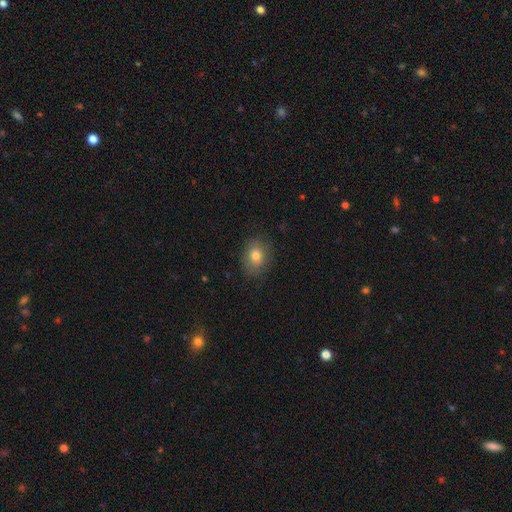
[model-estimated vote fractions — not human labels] smooth-or-featured: smooth: 78% | featured or disk: 12% | star or artifact: 10%
  how-rounded: in between: 54% | round: 44% | cigar-shaped: 1%
  merging: none: 81% | minor disturbance: 14% | major disturbance: 4% | merger: 1%